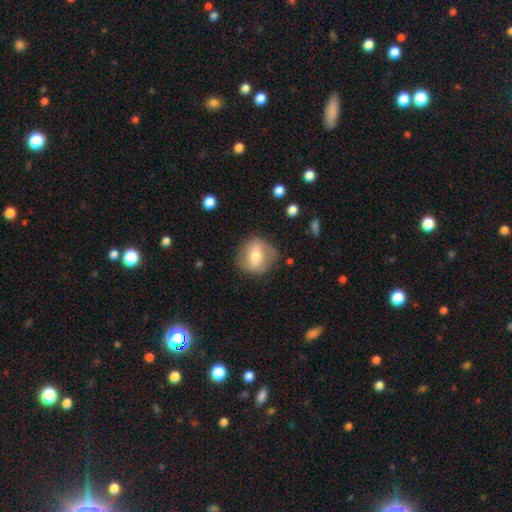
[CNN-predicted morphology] Smooth or featured? smooth (52%)
How rounded? round (78%)
Merging? none (77%)